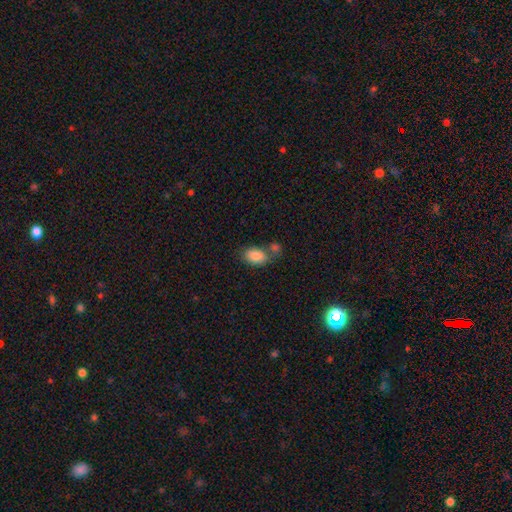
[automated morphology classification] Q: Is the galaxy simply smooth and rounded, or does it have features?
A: smooth — 86%.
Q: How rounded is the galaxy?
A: in between — 88%.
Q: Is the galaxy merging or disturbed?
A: none — 51%.